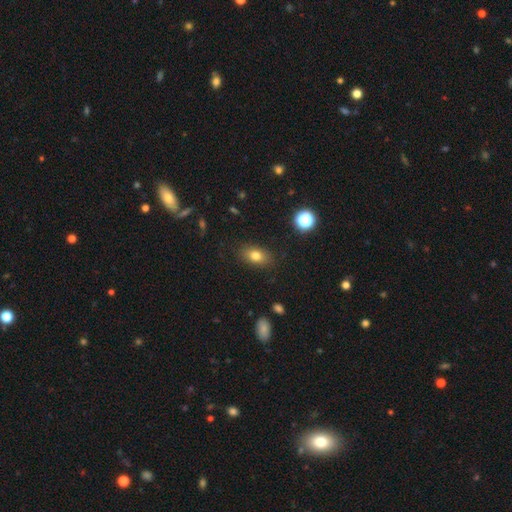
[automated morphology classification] A smooth galaxy with no disk features (78%) that is in between round and cigar-shaped (81%). Merging: none (85%).